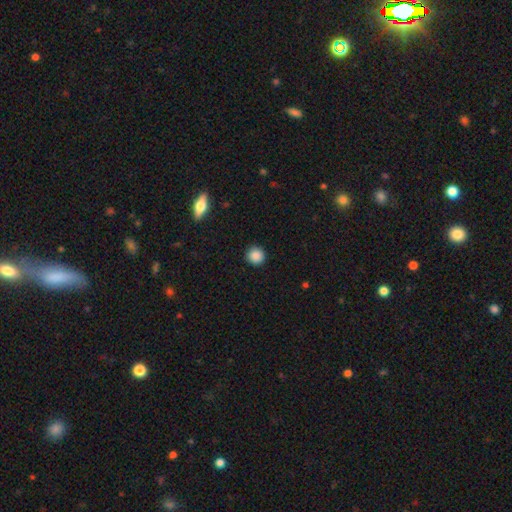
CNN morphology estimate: smooth 88%, star or artifact 9%, featured or disk 3%. Down the decision tree: how rounded — round (94%); merging — none (92%).